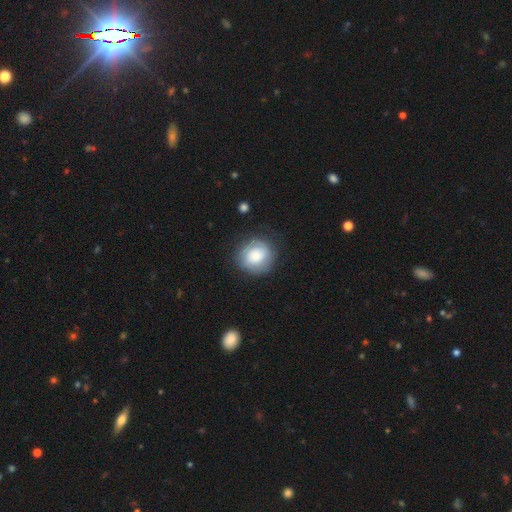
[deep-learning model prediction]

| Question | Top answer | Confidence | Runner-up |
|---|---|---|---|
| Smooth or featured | smooth | 68% | featured or disk (24%) |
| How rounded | round | 88% | in between (11%) |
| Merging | none | 79% | minor disturbance (14%) |